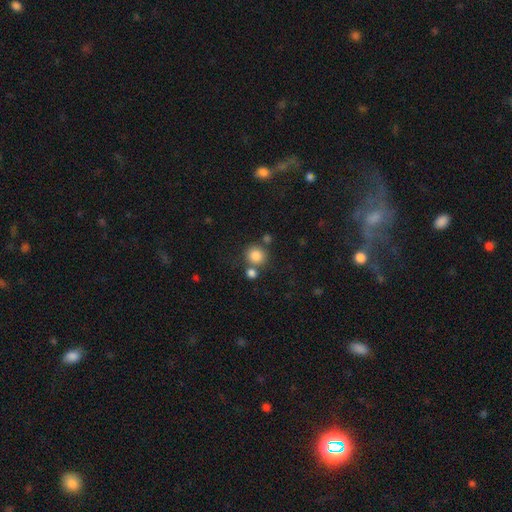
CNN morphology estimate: Smooth or featured? Predicted: smooth (p=0.83). How rounded? Predicted: round (p=0.87). Merging? Predicted: none (p=0.67).